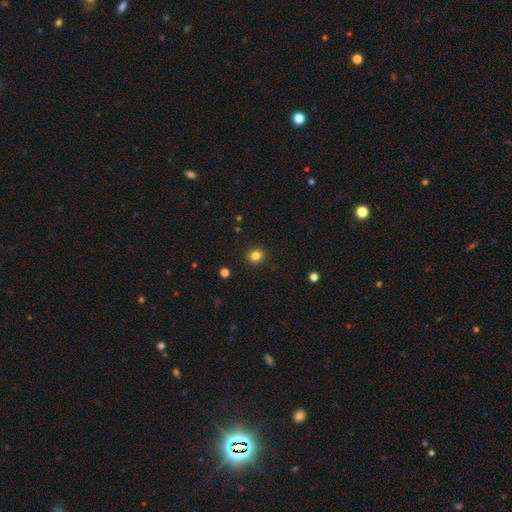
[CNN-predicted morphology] smooth 82%, star or artifact 13%, featured or disk 5%. Down the decision tree: how rounded — round (86%); merging — none (92%).